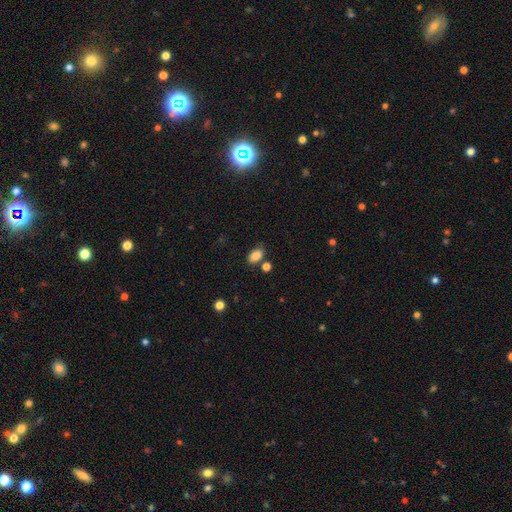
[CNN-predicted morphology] A smooth galaxy with no disk features (84%) that is in between round and cigar-shaped (89%).

Vote fractions:
- Smooth or featured? smooth: 84% / star or artifact: 9% / featured or disk: 7%
- How rounded? in between: 89% / round: 10% / cigar-shaped: 2%
- Merging? none: 75% / minor disturbance: 14% / merger: 9% / major disturbance: 3%